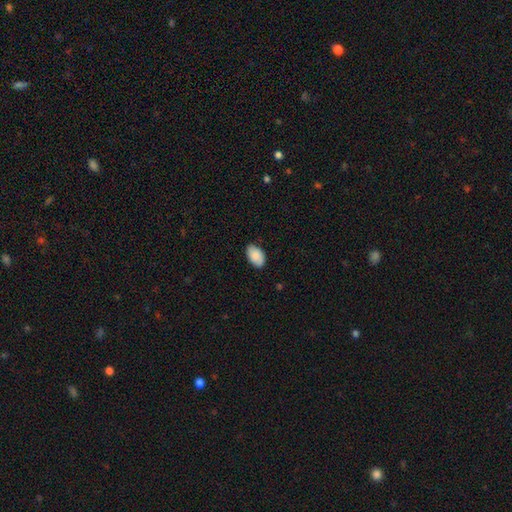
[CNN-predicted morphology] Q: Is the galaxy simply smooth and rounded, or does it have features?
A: smooth — 86%.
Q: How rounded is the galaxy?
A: in between — 93%.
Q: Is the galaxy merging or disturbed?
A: none — 83%.